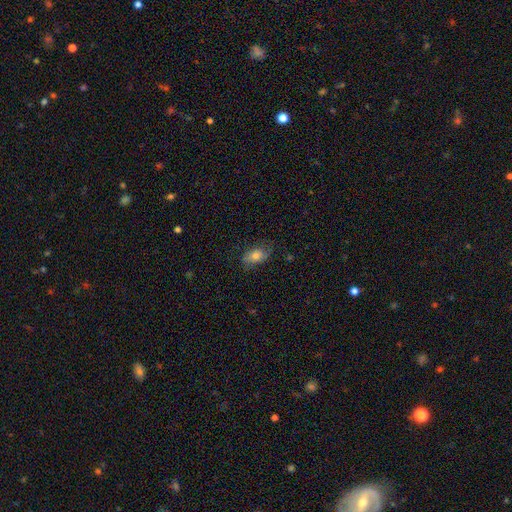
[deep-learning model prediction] smooth-or-featured: smooth: 74% | featured or disk: 17% | star or artifact: 9%
  how-rounded: in between: 87% | round: 10% | cigar-shaped: 3%
  merging: none: 70% | minor disturbance: 23% | major disturbance: 7% | merger: 1%